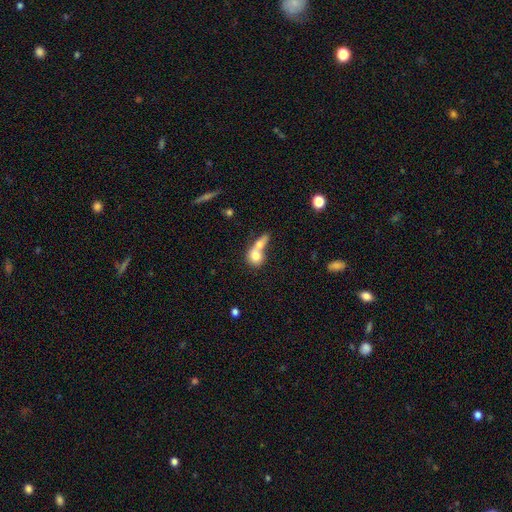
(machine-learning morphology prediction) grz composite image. It shows a smooth galaxy with no disk features (72%) that is round (65%). Merging: merger (71%).